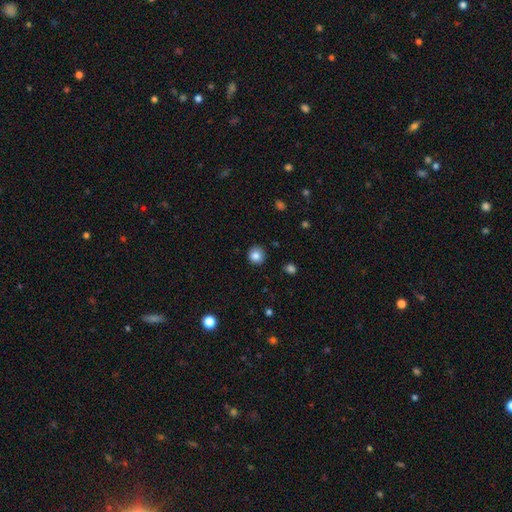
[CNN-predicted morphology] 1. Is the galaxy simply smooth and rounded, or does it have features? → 84% smooth, 10% star or artifact, 6% featured or disk.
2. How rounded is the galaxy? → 93% round, 6% in between, 1% cigar-shaped.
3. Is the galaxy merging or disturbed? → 89% none, 8% minor disturbance, 2% major disturbance, 1% merger.